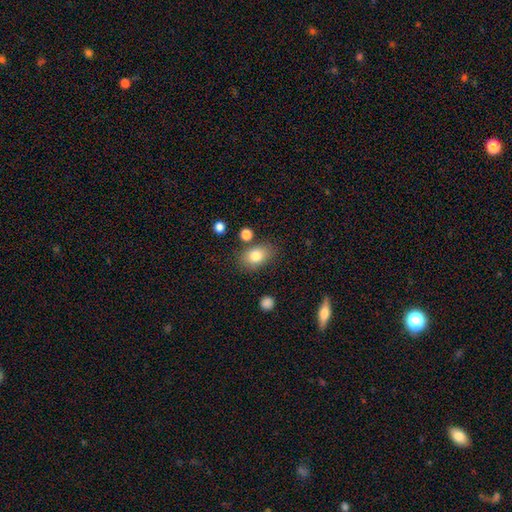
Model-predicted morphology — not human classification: Smooth or featured? smooth (81%)
How rounded? in between (79%)
Merging? none (76%)